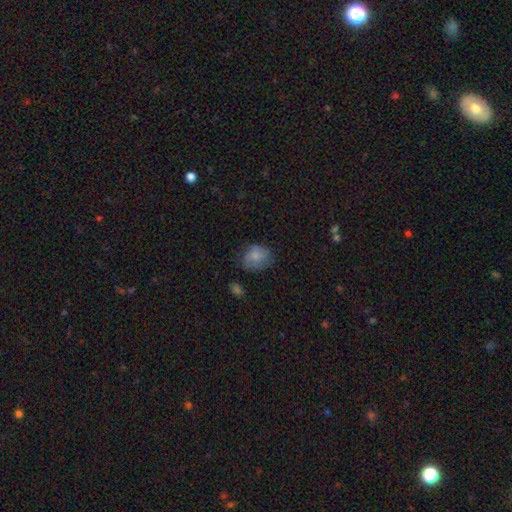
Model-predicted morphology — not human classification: A smooth galaxy with no disk features (75%) that is round (51%).

Vote fractions:
- Smooth or featured? smooth: 75% / featured or disk: 17% / star or artifact: 8%
- How rounded? round: 51% / in between: 48% / cigar-shaped: 1%
- Merging? none: 60% / minor disturbance: 29% / major disturbance: 9% / merger: 2%